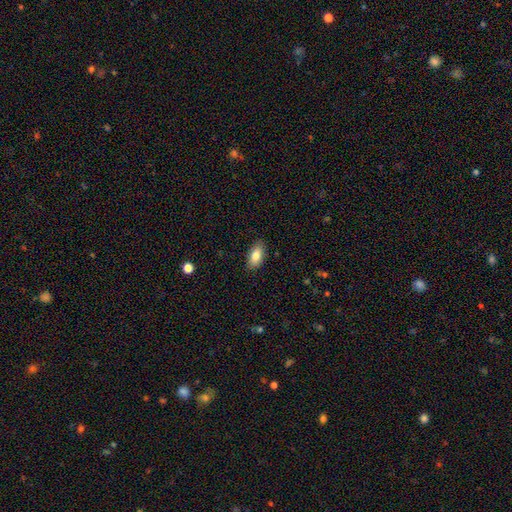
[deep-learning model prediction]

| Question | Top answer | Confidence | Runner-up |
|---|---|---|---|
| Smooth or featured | smooth | 83% | featured or disk (10%) |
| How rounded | in between | 91% | cigar-shaped (5%) |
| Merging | none | 87% | minor disturbance (9%) |